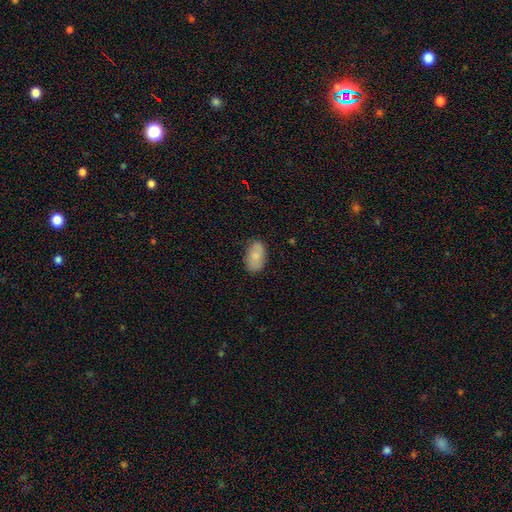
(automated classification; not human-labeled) smooth-or-featured: smooth: 82% | featured or disk: 11% | star or artifact: 7%
  how-rounded: in between: 93% | round: 6% | cigar-shaped: 2%
  merging: none: 80% | minor disturbance: 16% | major disturbance: 3% | merger: 1%